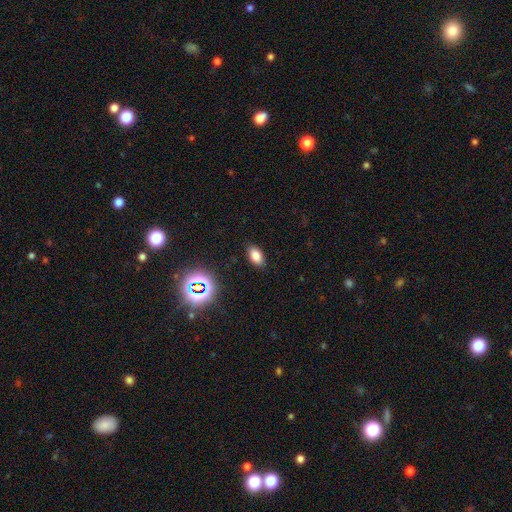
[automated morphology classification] Overall: smooth (78%). How rounded: in between (90%). Merging: none (87%).